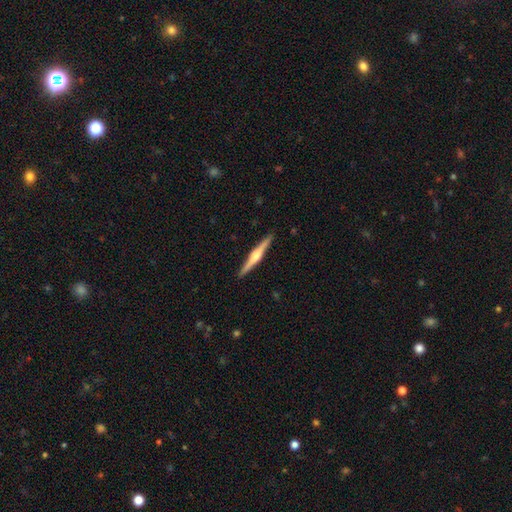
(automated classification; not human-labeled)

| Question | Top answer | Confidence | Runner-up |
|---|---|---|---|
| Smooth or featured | featured or disk | 74% | smooth (21%) |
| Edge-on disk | yes | 98% | no (2%) |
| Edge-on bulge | rounded | 86% | boxy (9%) |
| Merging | none | 92% | minor disturbance (6%) |